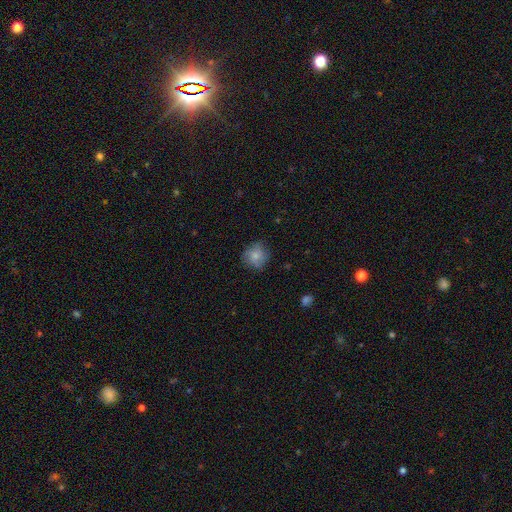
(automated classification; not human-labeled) Morphology: type=smooth (77%); roundness=round (86%); merging=none (75%).